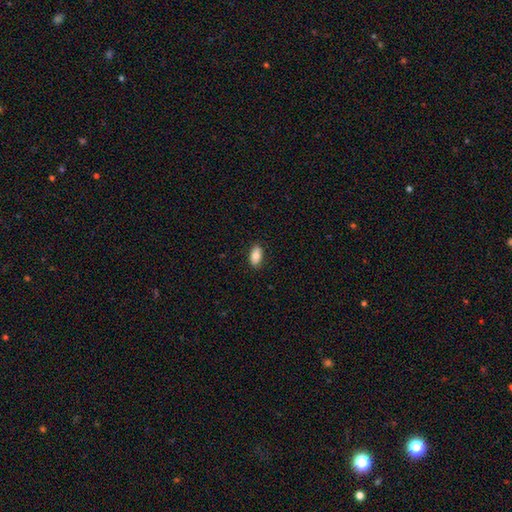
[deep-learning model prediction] The model was most divided on "smooth or featured": smooth: 82%, featured or disk: 11%, star or artifact: 7%. More confident: how rounded — in between (92%); merging — none (88%).